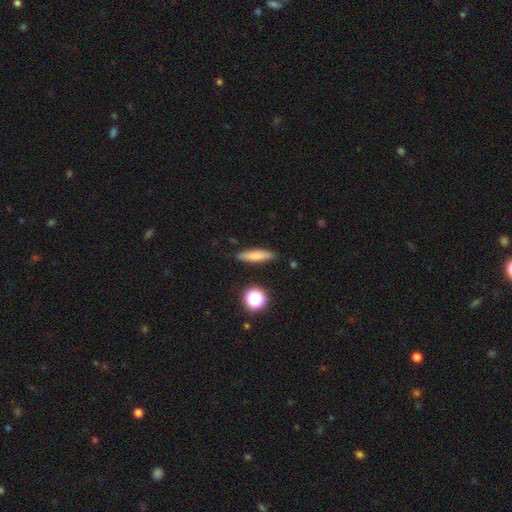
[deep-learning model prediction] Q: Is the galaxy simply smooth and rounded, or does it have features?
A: smooth — 75%.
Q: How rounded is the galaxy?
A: cigar-shaped — 73%.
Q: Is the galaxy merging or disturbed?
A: none — 84%.